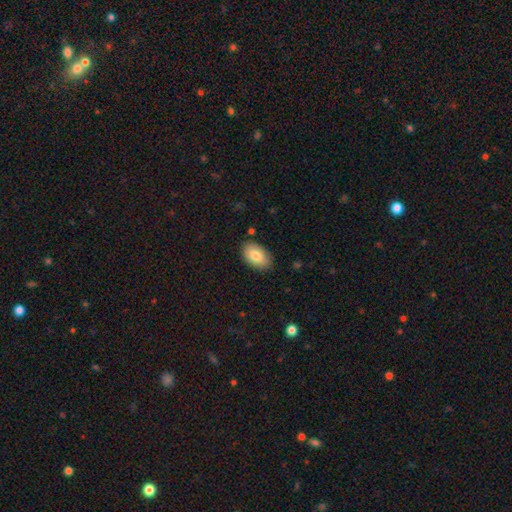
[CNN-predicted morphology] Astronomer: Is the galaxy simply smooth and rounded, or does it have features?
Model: smooth — 82%.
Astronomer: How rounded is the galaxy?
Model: in between — 93%.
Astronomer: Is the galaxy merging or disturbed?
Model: none — 86%.